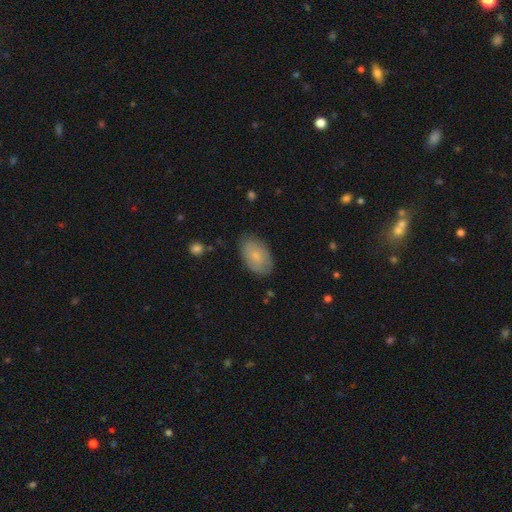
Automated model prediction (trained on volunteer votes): A smooth galaxy with no disk features (74%) that is in between round and cigar-shaped (92%).

Vote fractions:
- Smooth or featured? smooth: 74% / featured or disk: 20% / star or artifact: 7%
- How rounded? in between: 92% / round: 7% / cigar-shaped: 1%
- Merging? none: 80% / minor disturbance: 16% / major disturbance: 3% / merger: 1%